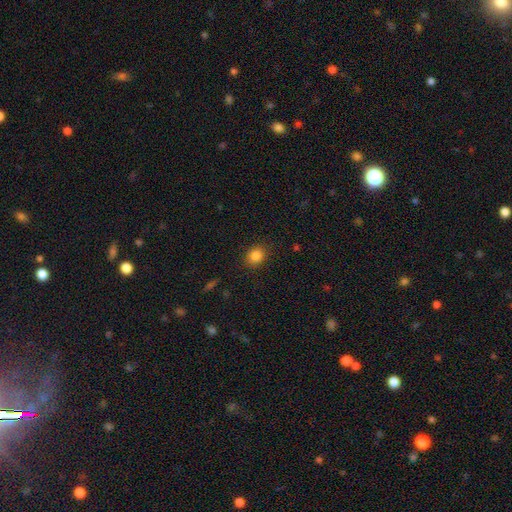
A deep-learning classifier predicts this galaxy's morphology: Q: Smooth or featured?
A: smooth (84%); runner-up: star or artifact (11%)
Q: How rounded?
A: round (65%); runner-up: in between (34%)
Q: Merging?
A: none (86%); runner-up: minor disturbance (10%)